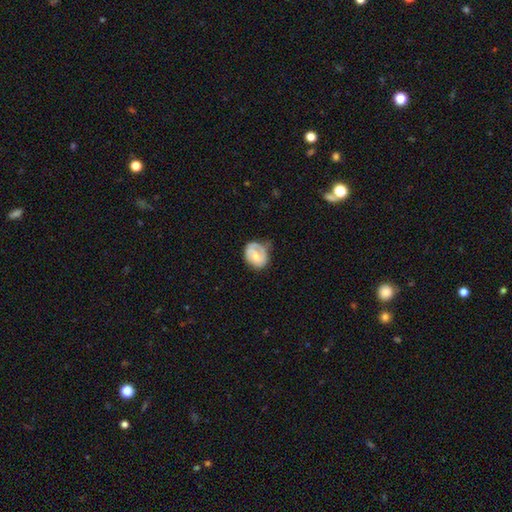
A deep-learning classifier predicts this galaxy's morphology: Q: Smooth or featured?
A: featured or disk (54%); runner-up: smooth (40%)
Q: Edge-on disk?
A: no (97%); runner-up: yes (3%)
Q: Bar?
A: no (45%); runner-up: weak (42%)
Q: Spiral arms?
A: yes (68%); runner-up: no (32%)
Q: Bulge size?
A: moderate (59%); runner-up: small (34%)
Q: Merging?
A: none (54%); runner-up: minor disturbance (31%)